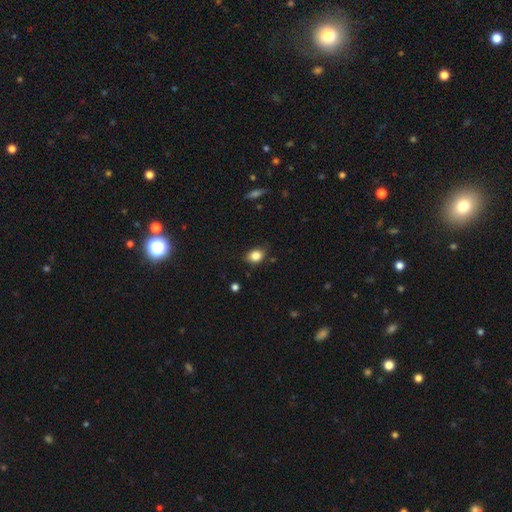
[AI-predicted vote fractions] Smooth or featured? Predicted: smooth (p=0.84). How rounded? Predicted: in between (p=0.59). Merging? Predicted: none (p=0.77).